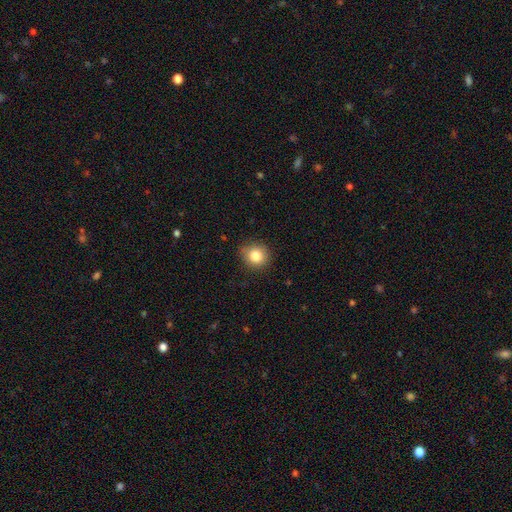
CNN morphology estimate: type=smooth (83%); roundness=round (83%); merging=none (83%).